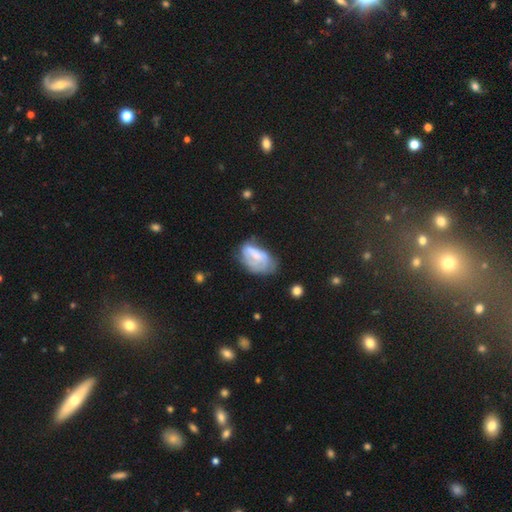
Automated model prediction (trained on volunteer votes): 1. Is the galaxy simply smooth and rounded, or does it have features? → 48% smooth, 44% featured or disk, 8% star or artifact.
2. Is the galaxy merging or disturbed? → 36% none, 34% minor disturbance, 26% major disturbance, 4% merger.